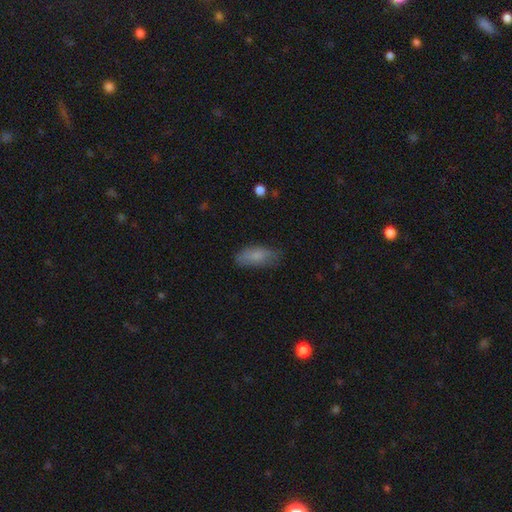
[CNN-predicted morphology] Smooth or featured?
  - smooth: 79% *
  - featured or disk: 13%
  - star or artifact: 7%
How rounded?
  - in between: 81% *
  - cigar-shaped: 17%
  - round: 3%
Merging?
  - none: 72% *
  - minor disturbance: 21%
  - major disturbance: 5%
  - merger: 1%